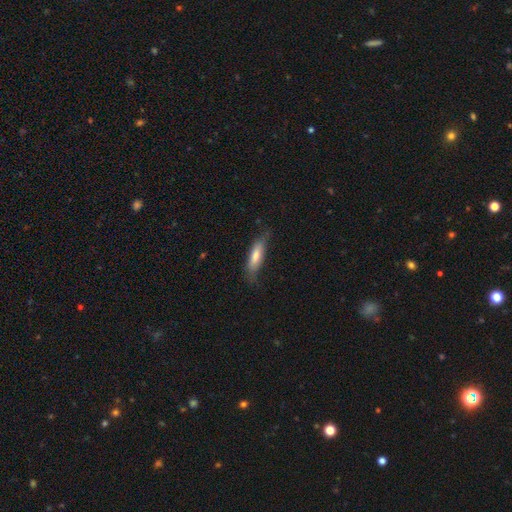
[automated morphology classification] This is likely a smooth galaxy (69%). How rounded: possibly cigar-shaped (58%). Merging: likely none (69%).